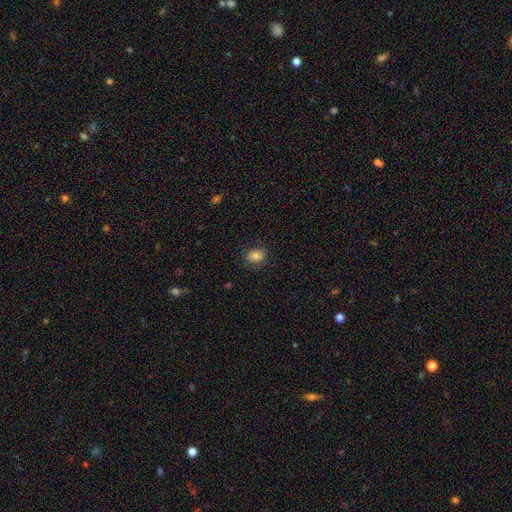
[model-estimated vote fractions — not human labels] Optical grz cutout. It shows a smooth galaxy with no disk features (79%) that is round (52%). Merging: none (82%).